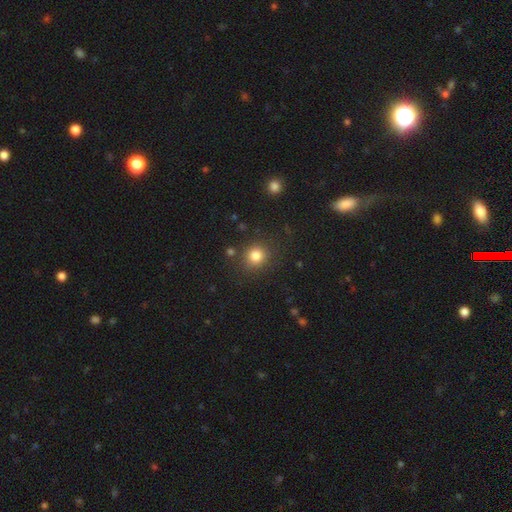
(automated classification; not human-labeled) Smooth or featured: smooth — 82% (star or artifact — 12%)
How rounded: round — 86% (in between — 13%)
Merging: none — 84% (minor disturbance — 9%)